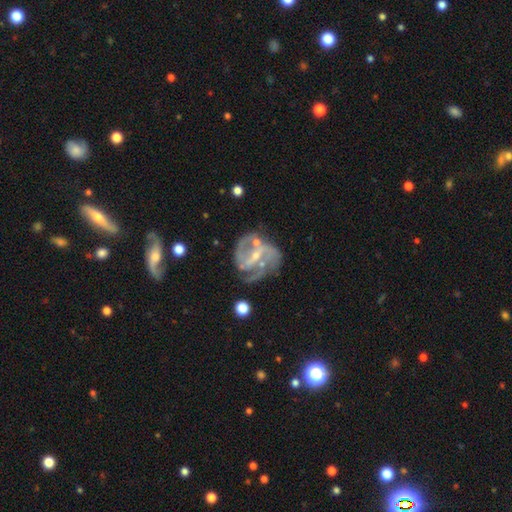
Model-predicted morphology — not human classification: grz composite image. It shows a featured or disk galaxy (85%) with a strong bar (41%), 2 (52%) medium (49%) spiral arms (92%) and a small central bulge (68%). Merging: none (52%).